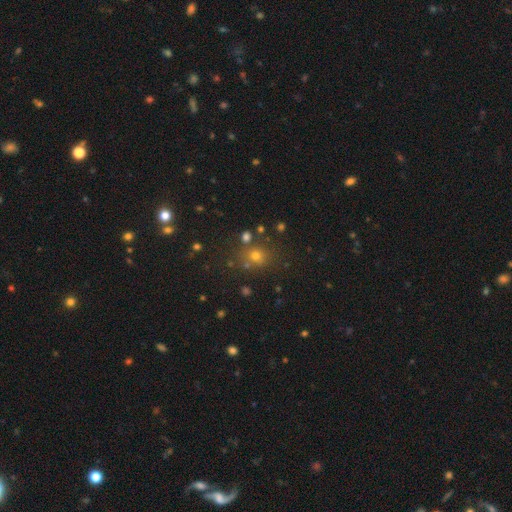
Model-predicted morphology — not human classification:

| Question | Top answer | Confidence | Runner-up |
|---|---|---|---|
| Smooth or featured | smooth | 63% | star or artifact (28%) |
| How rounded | round | 82% | in between (17%) |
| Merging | none | 76% | minor disturbance (10%) |